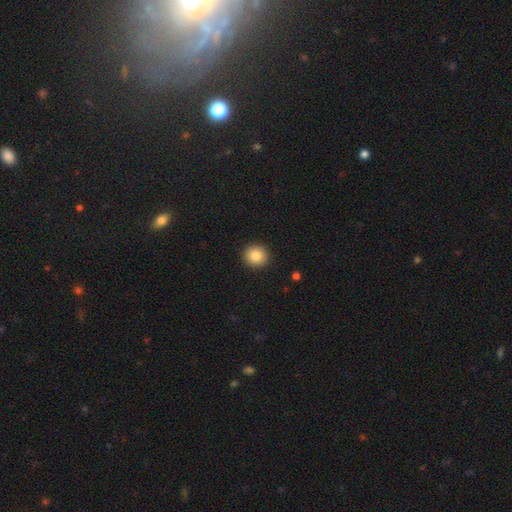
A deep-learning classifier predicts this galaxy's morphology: Smooth or featured: smooth — 85% (star or artifact — 9%)
How rounded: round — 92% (in between — 7%)
Merging: none — 92% (minor disturbance — 5%)